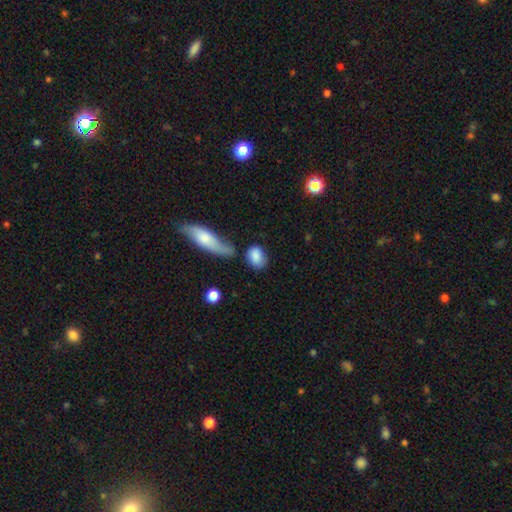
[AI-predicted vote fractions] smooth_or_featured: smooth (p=0.84) [alt: featured or disk p=0.09]
how_rounded: in between (p=0.68) [alt: round p=0.29]
merging: none (p=0.61) [alt: minor disturbance p=0.18]